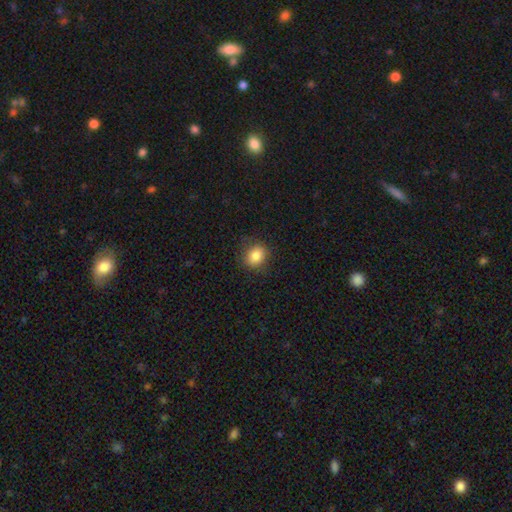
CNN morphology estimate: Overall: smooth (84%). How rounded: round (63%; in between 36%). Merging: none (83%).